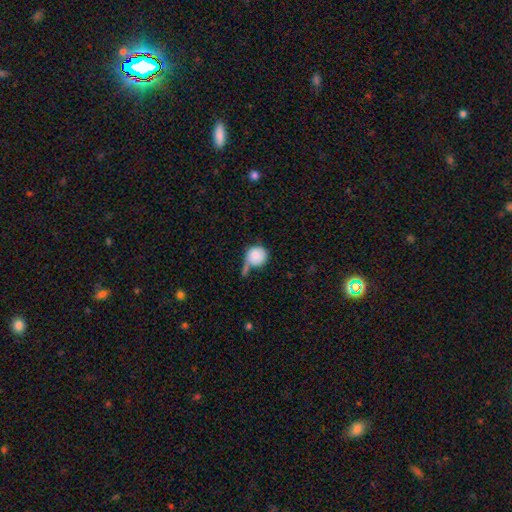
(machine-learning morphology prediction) smooth-or-featured: smooth: 82% | featured or disk: 11% | star or artifact: 7%
  how-rounded: round: 90% | in between: 9% | cigar-shaped: 1%
  merging: none: 35% | minor disturbance: 27% | merger: 19% | major disturbance: 19%